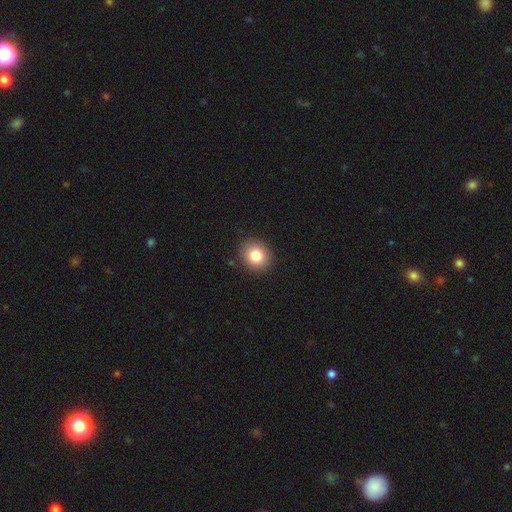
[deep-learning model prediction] Q: Smooth or featured?
A: smooth (83%); runner-up: star or artifact (10%)
Q: How rounded?
A: round (74%); runner-up: in between (25%)
Q: Merging?
A: none (90%); runner-up: minor disturbance (7%)